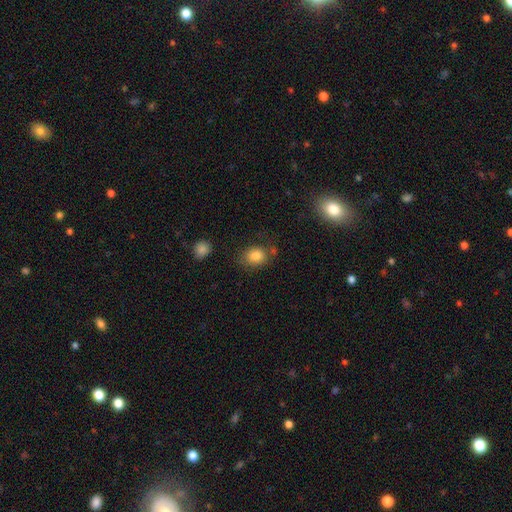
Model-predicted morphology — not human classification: This is clearly a smooth galaxy (84%). How rounded: possibly round (53%). Merging: likely none (70%).